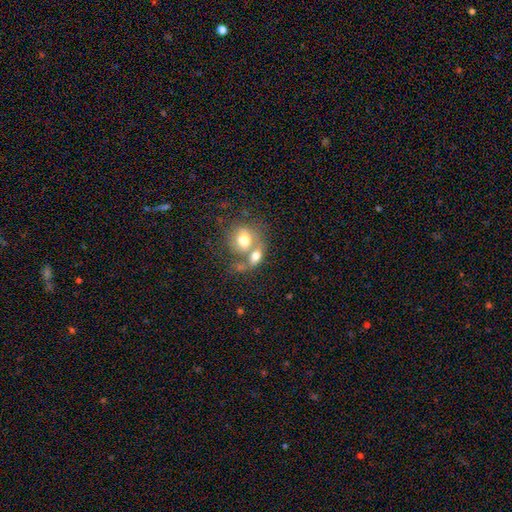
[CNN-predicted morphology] smooth_or_featured: smooth (p=0.64) [alt: featured or disk p=0.27]
how_rounded: in between (p=0.59) [alt: round p=0.38]
merging: merger (p=0.64) [alt: none p=0.20]